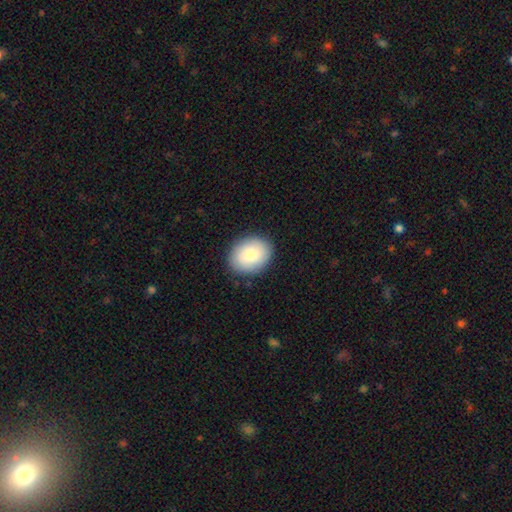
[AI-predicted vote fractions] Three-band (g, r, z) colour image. It shows a smooth galaxy with no disk features (83%) that is in between round and cigar-shaped (57%). Merging: none (88%).